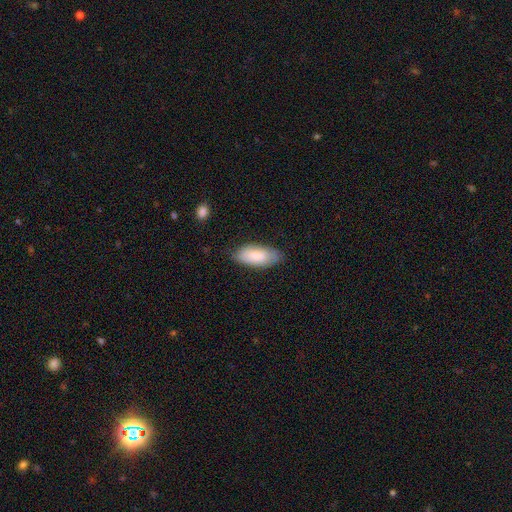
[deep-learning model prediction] Morphology: type=smooth (82%); roundness=in between (89%); merging=none (77%).